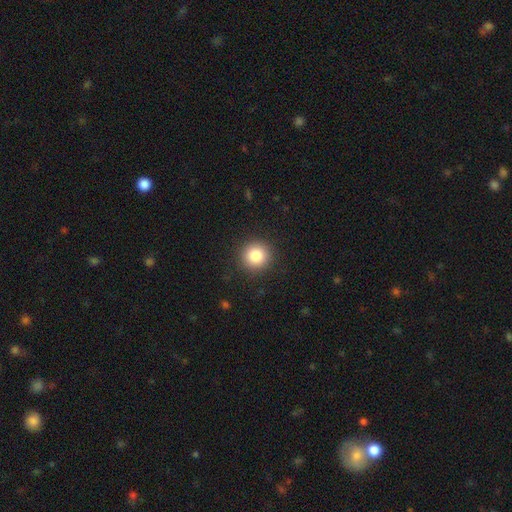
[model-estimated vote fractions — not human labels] Overall: smooth (83%). How rounded: round (94%). Merging: none (91%).